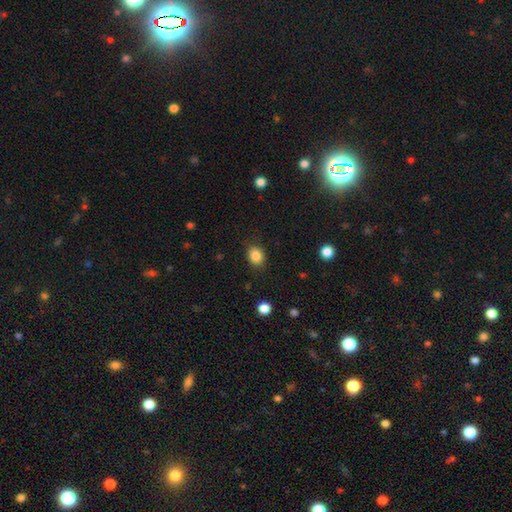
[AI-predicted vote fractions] The model was most divided on "how rounded": round: 54%, in between: 46%, cigar-shaped: 1%. More confident: smooth or featured — smooth (86%); merging — none (84%).